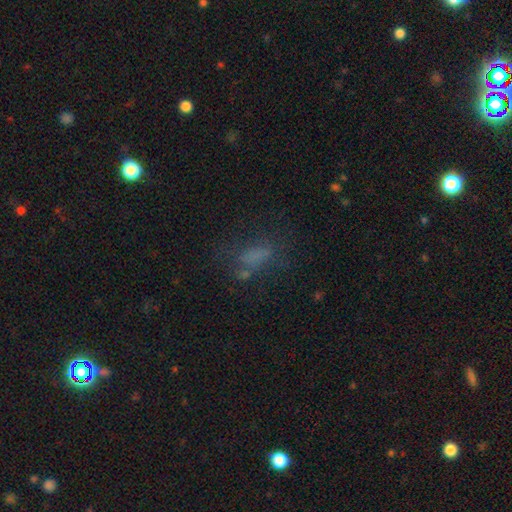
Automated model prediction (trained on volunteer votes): This is possibly a smooth galaxy (59%). How rounded: likely in between (72%). Merging: possibly none (53%).